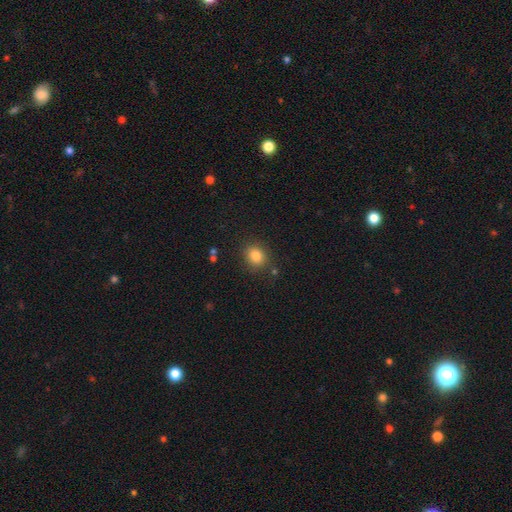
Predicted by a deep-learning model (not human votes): This appears to be a smooth galaxy with no disk features (83%) that is round (65%). Merging: none (83%).